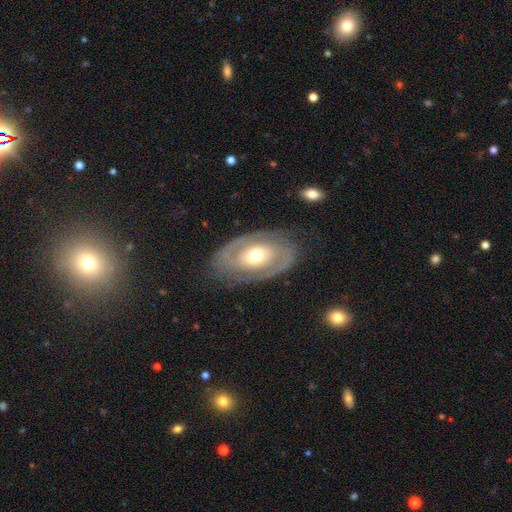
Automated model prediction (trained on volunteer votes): Smooth or featured: featured or disk — 82% (smooth — 13%)
Edge-on disk: no — 95% (yes — 5%)
Bar: no — 66% (weak — 23%)
Spiral arms: yes — 86% (no — 14%)
Spiral winding: tight — 56% (medium — 34%)
Spiral arm count: 2 — 82% (can't tell — 10%)
Bulge size: moderate — 65% (small — 24%)
Merging: none — 80% (minor disturbance — 13%)